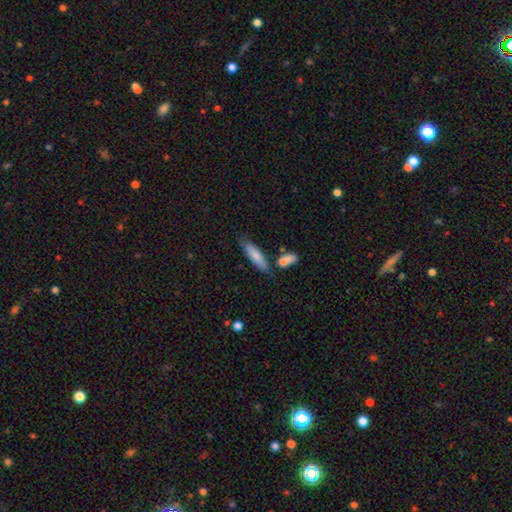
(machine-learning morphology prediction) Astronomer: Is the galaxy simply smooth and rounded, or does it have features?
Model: smooth — 76%.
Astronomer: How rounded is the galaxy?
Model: cigar-shaped — 62%.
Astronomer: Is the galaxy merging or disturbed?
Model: none — 69%.